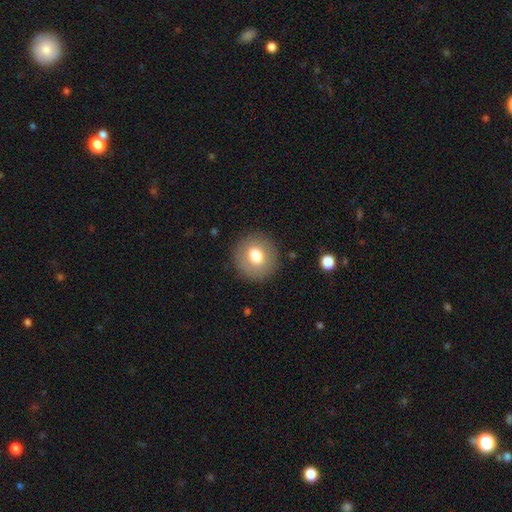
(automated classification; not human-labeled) Smooth or featured: smooth — 72% (featured or disk — 19%)
How rounded: round — 88% (in between — 11%)
Merging: none — 88% (minor disturbance — 8%)